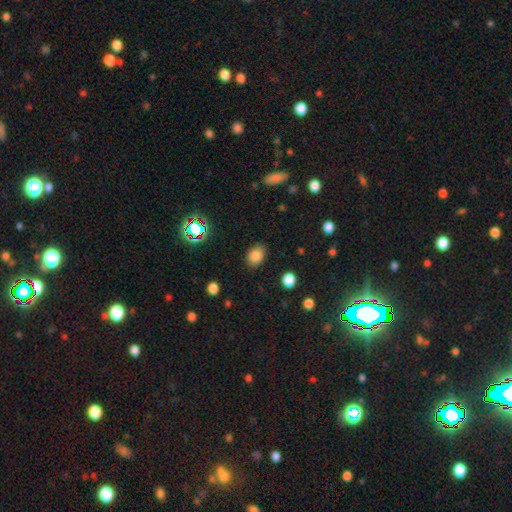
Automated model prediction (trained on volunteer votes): Q: Smooth or featured?
A: smooth (82%); runner-up: star or artifact (12%)
Q: How rounded?
A: in between (68%); runner-up: round (31%)
Q: Merging?
A: none (82%); runner-up: minor disturbance (13%)